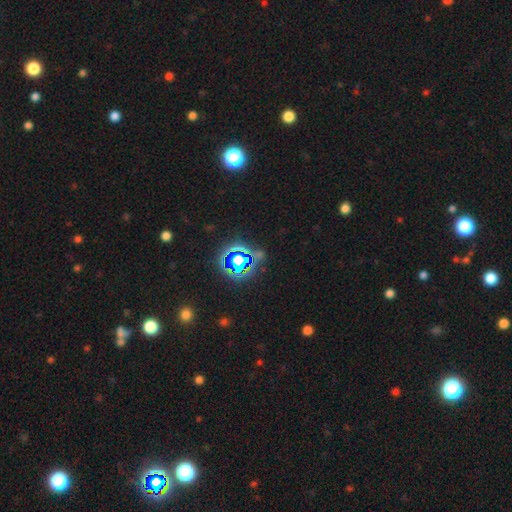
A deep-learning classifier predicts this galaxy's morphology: star or artifact 73%, smooth 17%, featured or disk 9%.